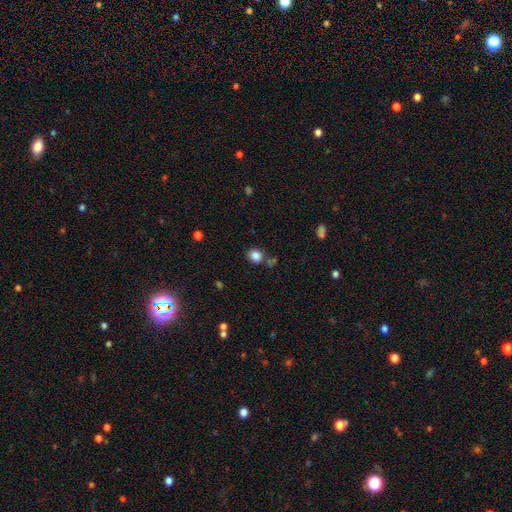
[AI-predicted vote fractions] smooth-or-featured: smooth: 84% | star or artifact: 11% | featured or disk: 5%
  how-rounded: round: 70% | in between: 29% | cigar-shaped: 1%
  merging: none: 73% | minor disturbance: 12% | merger: 10% | major disturbance: 4%